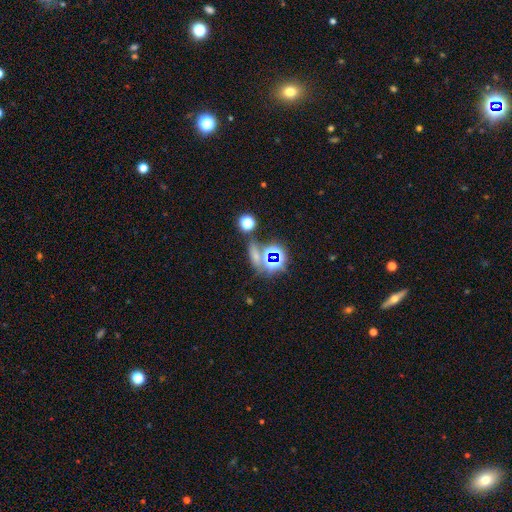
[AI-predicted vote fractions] smooth-or-featured: star or artifact: 50% | smooth: 39% | featured or disk: 11%